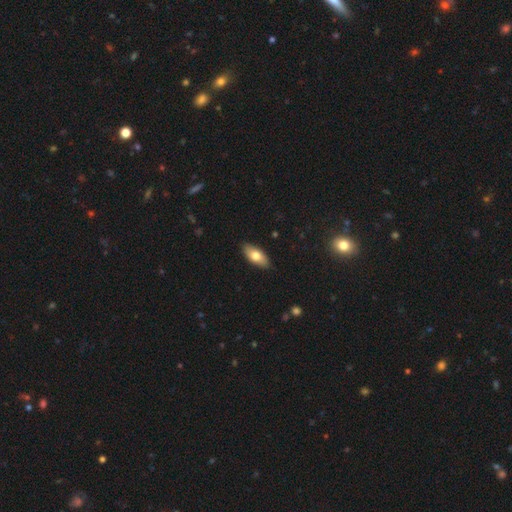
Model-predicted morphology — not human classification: type=smooth (72%); roundness=in between (84%); merging=none (89%).